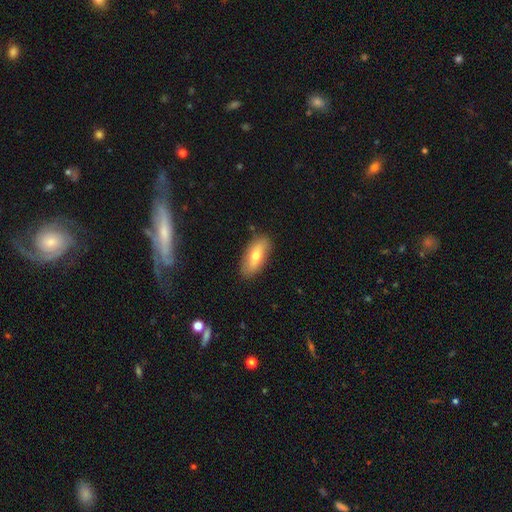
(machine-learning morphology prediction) Q: Smooth or featured?
A: smooth (65%); runner-up: featured or disk (28%)
Q: How rounded?
A: in between (75%); runner-up: cigar-shaped (22%)
Q: Merging?
A: none (85%); runner-up: minor disturbance (11%)